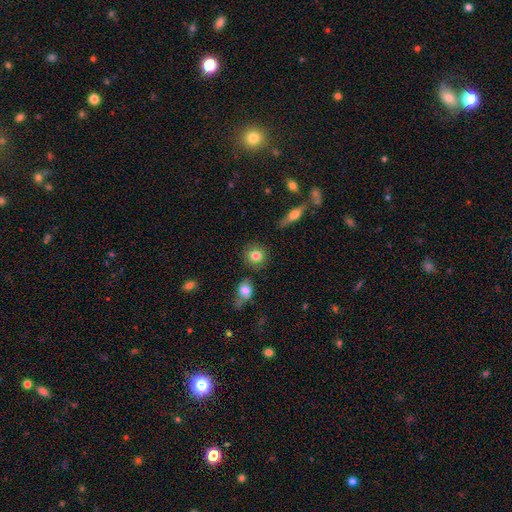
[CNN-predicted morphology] A smooth galaxy with no disk features (83%) that is round (85%).

Vote fractions:
- Smooth or featured? smooth: 83% / featured or disk: 9% / star or artifact: 8%
- How rounded? round: 85% / in between: 14% / cigar-shaped: 2%
- Merging? none: 83% / minor disturbance: 10% / merger: 4% / major disturbance: 3%